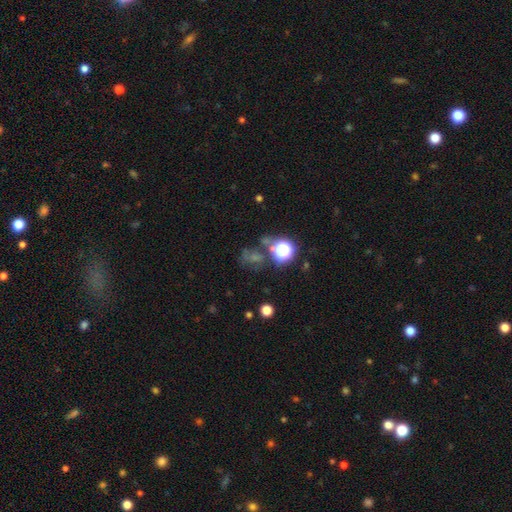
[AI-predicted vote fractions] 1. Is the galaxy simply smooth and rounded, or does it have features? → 57% star or artifact, 27% smooth, 15% featured or disk.